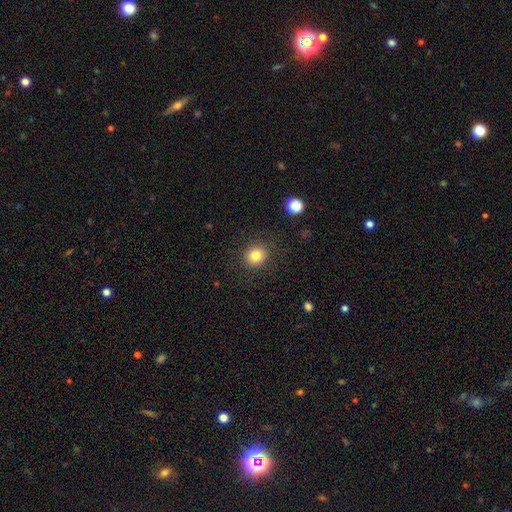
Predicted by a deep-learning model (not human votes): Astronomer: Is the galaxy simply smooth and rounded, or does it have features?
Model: smooth — 82%.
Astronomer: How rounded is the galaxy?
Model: round — 85%.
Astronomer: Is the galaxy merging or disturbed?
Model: none — 88%.